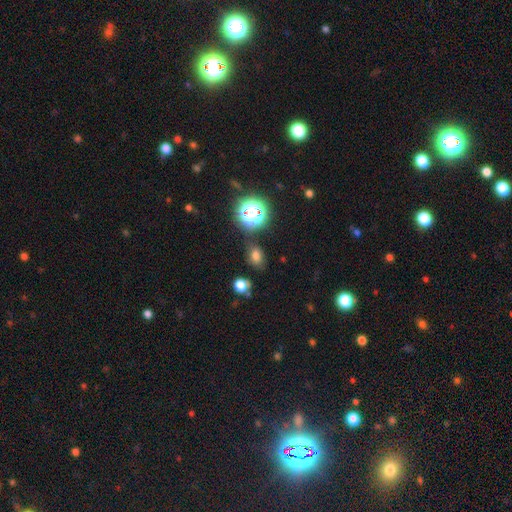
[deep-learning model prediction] Morphology: type=smooth (67%); roundness=in between (71%); merging=none (75%).